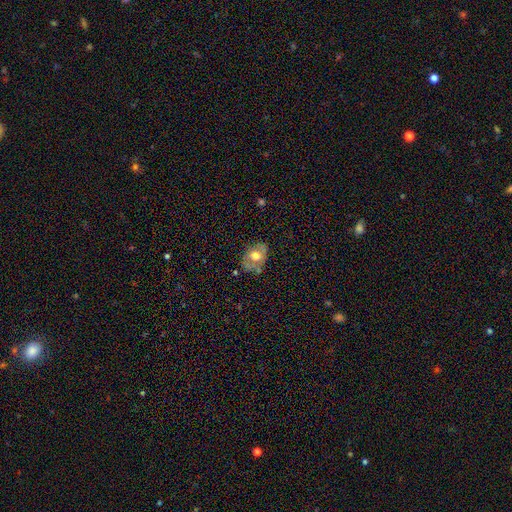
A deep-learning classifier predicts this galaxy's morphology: Overall: smooth (52%; featured or disk 40%). How rounded: in between (66%; round 33%). Merging: none (62%; minor disturbance 25%).